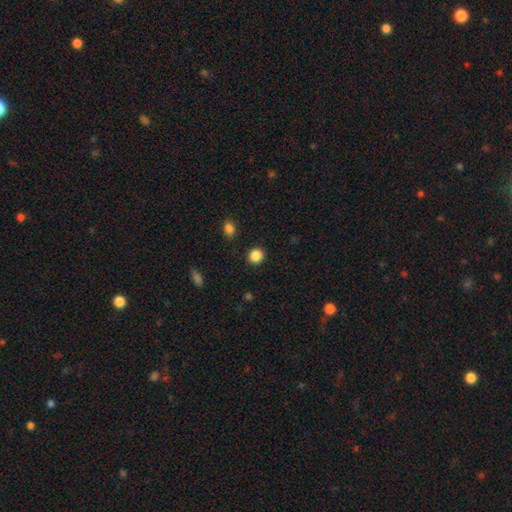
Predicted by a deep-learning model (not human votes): smooth_or_featured: smooth (p=0.86) [alt: star or artifact p=0.11]
how_rounded: round (p=0.87) [alt: in between p=0.12]
merging: none (p=0.91) [alt: minor disturbance p=0.06]